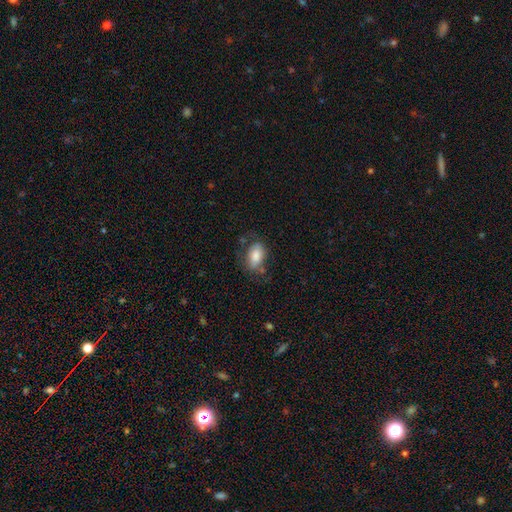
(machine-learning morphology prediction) This appears to be a smooth galaxy with no disk features (76%) that is in between round and cigar-shaped (87%). Merging: none (57%).